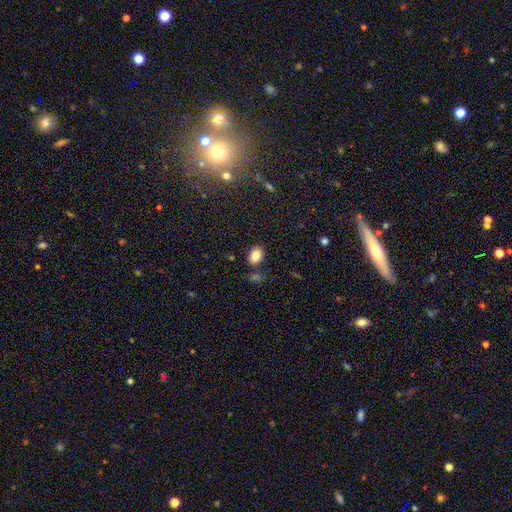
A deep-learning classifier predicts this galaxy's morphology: This appears to be a smooth galaxy with no disk features (84%) that is in between round and cigar-shaped (70%). Merging: none (81%).